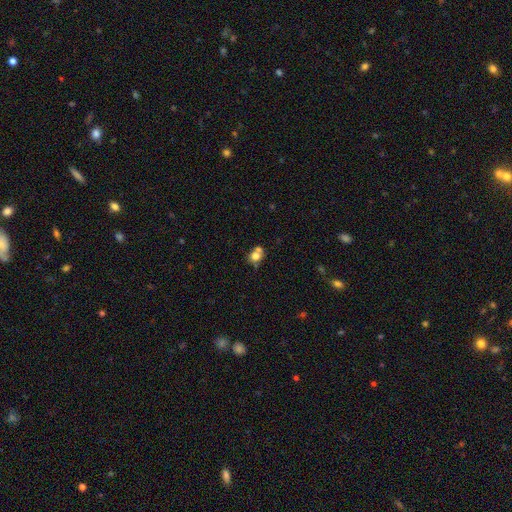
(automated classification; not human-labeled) smooth-or-featured: smooth: 73% | featured or disk: 14% | star or artifact: 13%
  how-rounded: round: 71% | in between: 28% | cigar-shaped: 1%
  merging: none: 46% | merger: 38% | minor disturbance: 11% | major disturbance: 5%